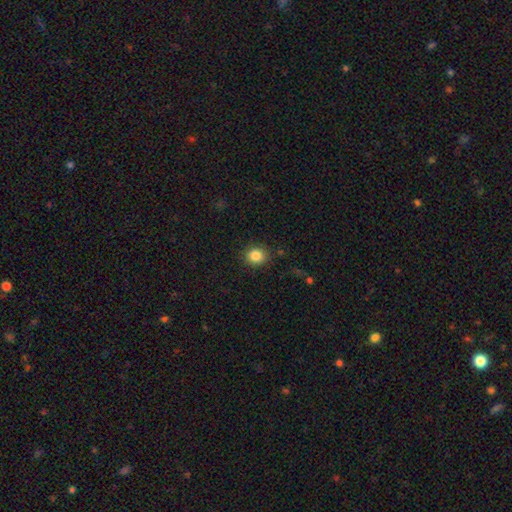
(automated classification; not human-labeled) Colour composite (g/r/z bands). It shows a smooth galaxy with no disk features (85%) that is round (78%). Merging: none (87%).